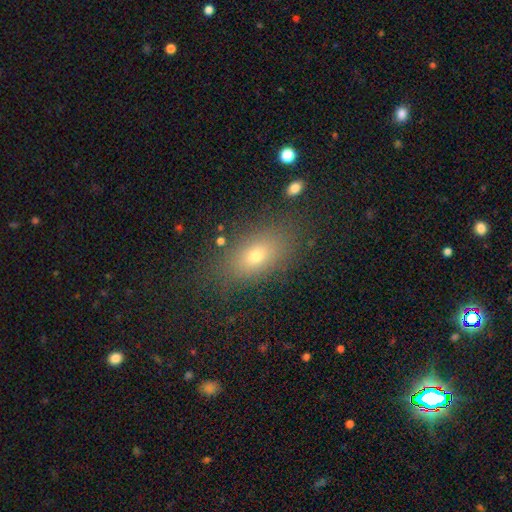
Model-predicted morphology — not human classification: This appears to be a smooth galaxy with no disk features (70%) that is in between round and cigar-shaped (82%). Merging: none (79%).